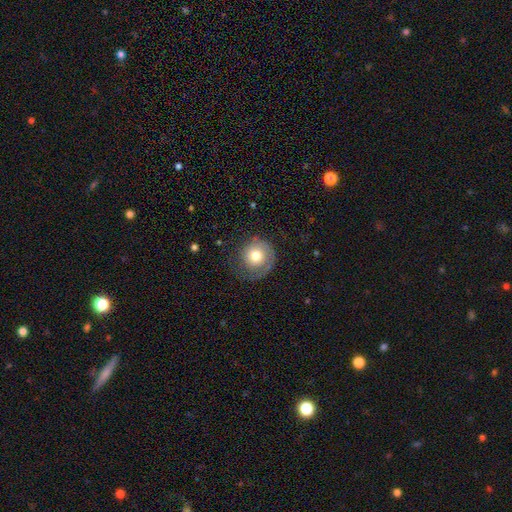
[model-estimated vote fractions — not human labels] A smooth galaxy with no disk features (59%) that is round (90%). Merging: none (63%).